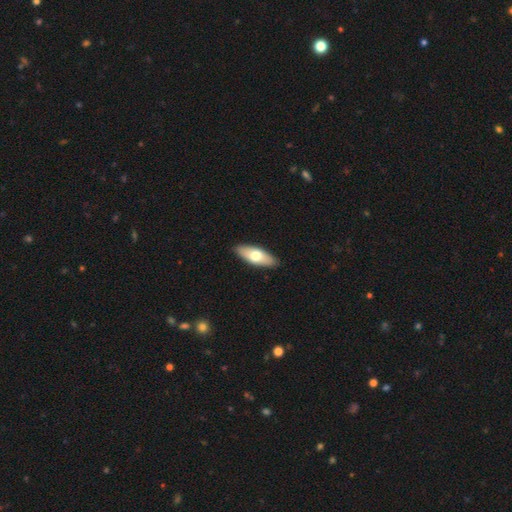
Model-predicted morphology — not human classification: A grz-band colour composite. It shows a smooth galaxy with no disk features (65%) that is in between round and cigar-shaped (72%). Merging: none (90%).